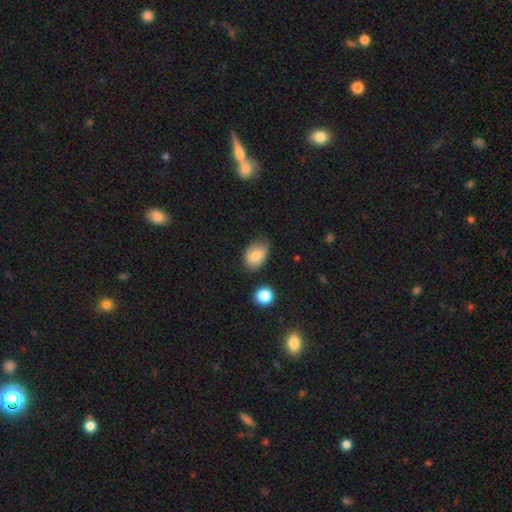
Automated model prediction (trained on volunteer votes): A smooth galaxy with no disk features (77%) that is in between round and cigar-shaped (81%).

Vote fractions:
- Smooth or featured? smooth: 77% / featured or disk: 14% / star or artifact: 8%
- How rounded? in between: 81% / round: 18% / cigar-shaped: 1%
- Merging? none: 65% / minor disturbance: 27% / major disturbance: 5% / merger: 3%